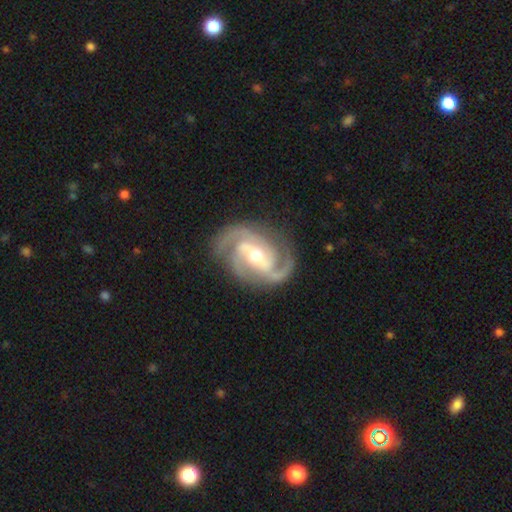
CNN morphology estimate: A featured or disk galaxy (93%) with a weak bar (42%), 3 (50%) medium (51%) spiral arms (99%) and a moderate central bulge (67%). Merging: none (80%).